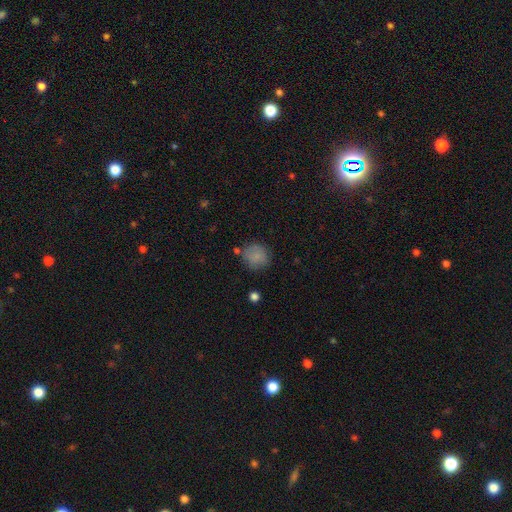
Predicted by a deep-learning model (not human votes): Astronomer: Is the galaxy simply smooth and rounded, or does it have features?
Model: smooth — 83%.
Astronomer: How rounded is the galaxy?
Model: round — 86%.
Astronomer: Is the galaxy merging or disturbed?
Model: none — 72%.